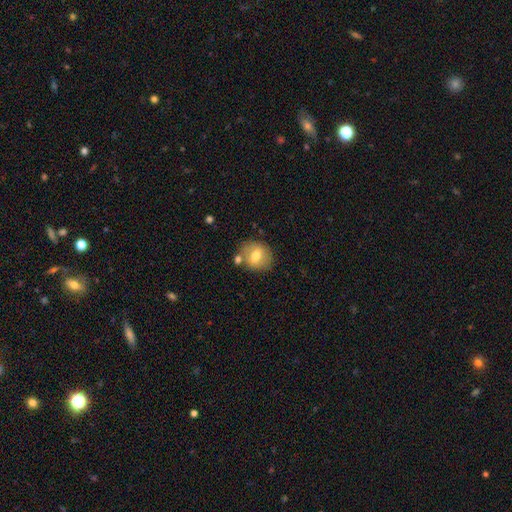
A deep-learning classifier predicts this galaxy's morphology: A smooth galaxy with no disk features (65%) that is round (72%).

Vote fractions:
- Smooth or featured? smooth: 65% / featured or disk: 26% / star or artifact: 9%
- How rounded? round: 72% / in between: 27% / cigar-shaped: 1%
- Merging? none: 72% / minor disturbance: 13% / merger: 12% / major disturbance: 4%